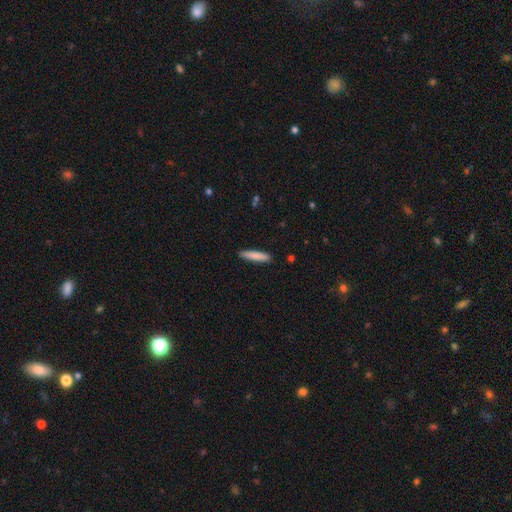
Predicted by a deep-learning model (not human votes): Smooth or featured? Predicted: smooth (p=0.84). How rounded? Predicted: cigar-shaped (p=0.88). Merging? Predicted: none (p=0.89).